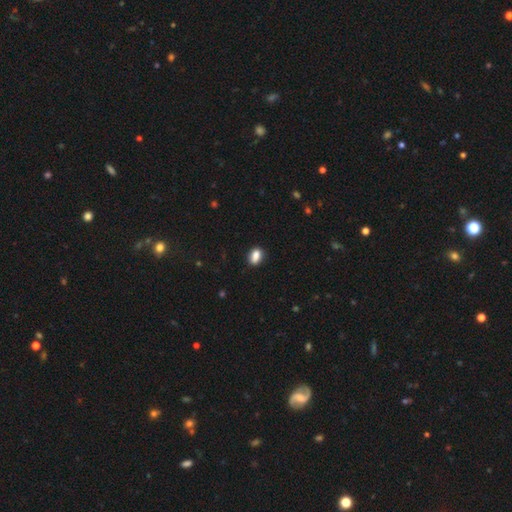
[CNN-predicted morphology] Smooth or featured? Predicted: smooth (p=0.86). How rounded? Predicted: in between (p=0.81). Merging? Predicted: none (p=0.82).